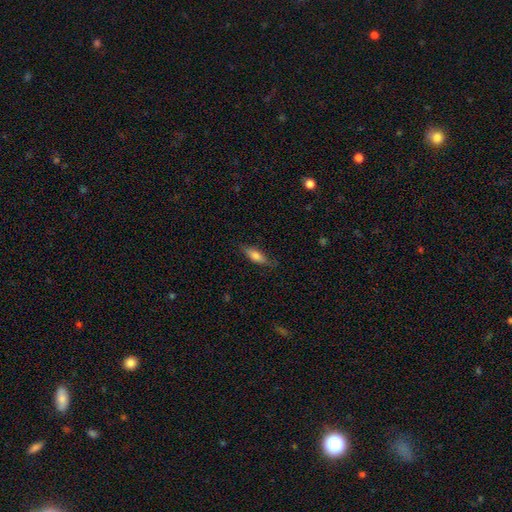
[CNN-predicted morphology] type=smooth (74%); roundness=in between (57%); merging=none (77%).